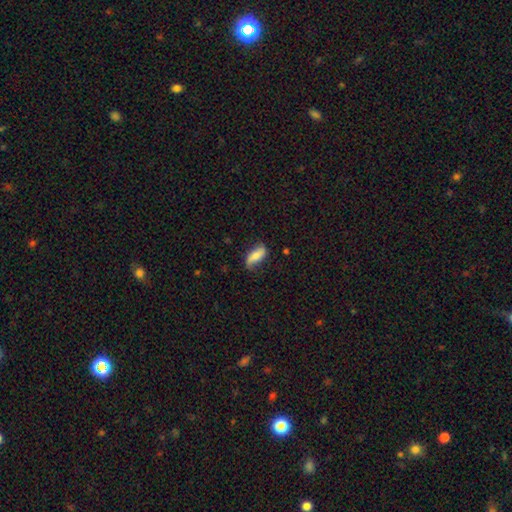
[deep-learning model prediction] Smooth or featured: smooth — 60% (featured or disk — 32%)
How rounded: in between — 79% (cigar-shaped — 18%)
Merging: none — 66% (minor disturbance — 26%)